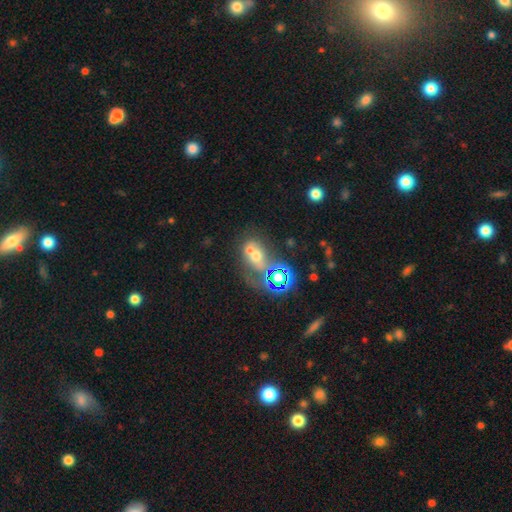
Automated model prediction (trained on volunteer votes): Morphology: type=smooth (47%); merging=merger (56%).